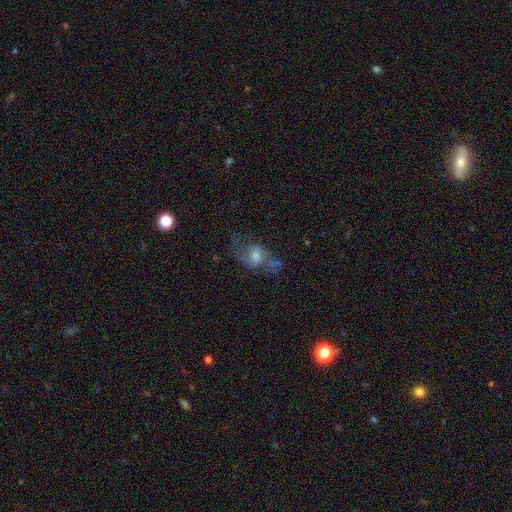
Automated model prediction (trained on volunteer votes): Smooth or featured?
  - featured or disk: 55% *
  - smooth: 32%
  - star or artifact: 13%
Edge-on disk?
  - no: 92% *
  - yes: 8%
Bar?
  - no: 62% *
  - weak: 31%
  - strong: 7%
Spiral arms?
  - yes: 73% *
  - no: 27%
Bulge size?
  - moderate: 53% *
  - small: 21%
  - large: 19%
  - none: 5%
  - dominant: 2%
Merging?
  - none: 53% *
  - major disturbance: 22%
  - minor disturbance: 21%
  - merger: 5%